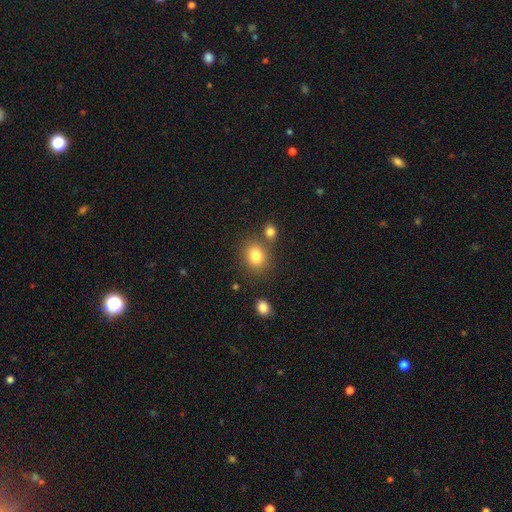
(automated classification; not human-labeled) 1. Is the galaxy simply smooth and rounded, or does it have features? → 81% smooth, 11% star or artifact, 8% featured or disk.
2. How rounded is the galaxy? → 66% round, 33% in between, 1% cigar-shaped.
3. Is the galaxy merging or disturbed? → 71% none, 14% merger, 11% minor disturbance, 4% major disturbance.